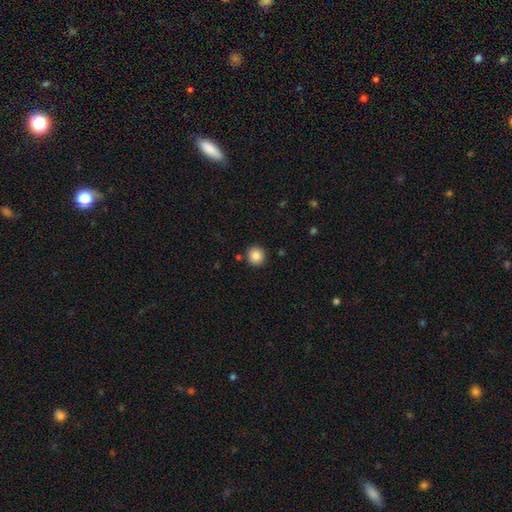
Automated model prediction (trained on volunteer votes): Smooth or featured?
  - smooth: 86% *
  - star or artifact: 9%
  - featured or disk: 5%
How rounded?
  - round: 94% *
  - in between: 5%
  - cigar-shaped: 1%
Merging?
  - none: 90% *
  - minor disturbance: 6%
  - merger: 3%
  - major disturbance: 2%